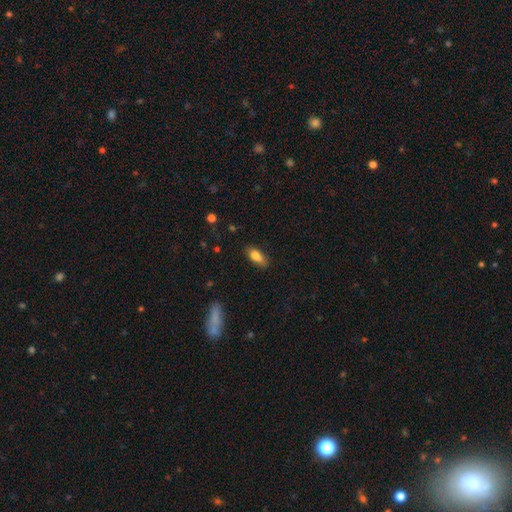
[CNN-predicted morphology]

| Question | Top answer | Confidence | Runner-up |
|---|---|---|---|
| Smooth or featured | smooth | 80% | featured or disk (12%) |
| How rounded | in between | 81% | cigar-shaped (15%) |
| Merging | none | 73% | minor disturbance (20%) |